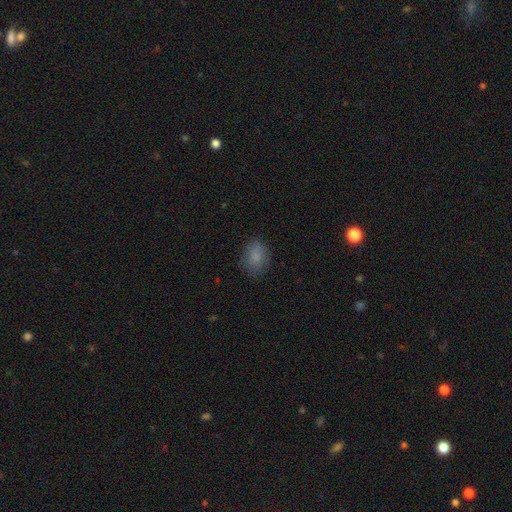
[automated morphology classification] A smooth galaxy with no disk features (84%) that is in between round and cigar-shaped (66%).

Vote fractions:
- Smooth or featured? smooth: 84% / star or artifact: 9% / featured or disk: 7%
- How rounded? in between: 66% / round: 33% / cigar-shaped: 1%
- Merging? none: 79% / minor disturbance: 15% / major disturbance: 4% / merger: 1%